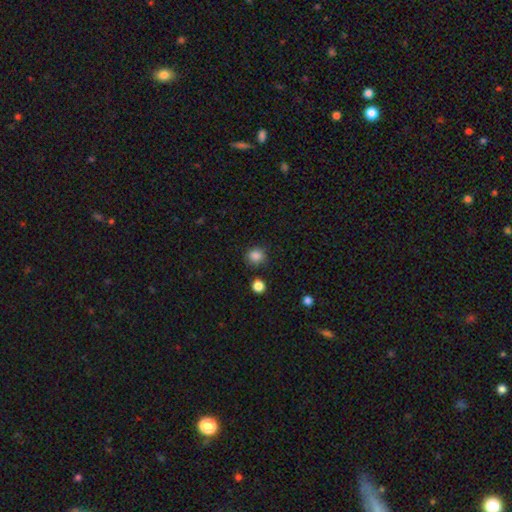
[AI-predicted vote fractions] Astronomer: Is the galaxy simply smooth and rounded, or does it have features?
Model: smooth — 85%.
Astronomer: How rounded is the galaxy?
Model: round — 89%.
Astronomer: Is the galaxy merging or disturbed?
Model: none — 85%.